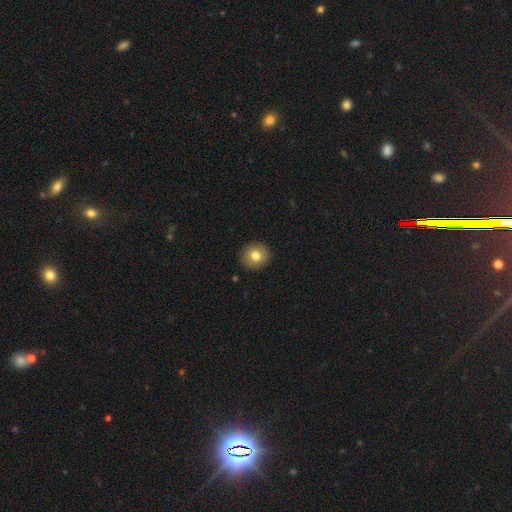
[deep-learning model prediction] Overall: smooth (79%). How rounded: round (84%). Merging: none (91%).